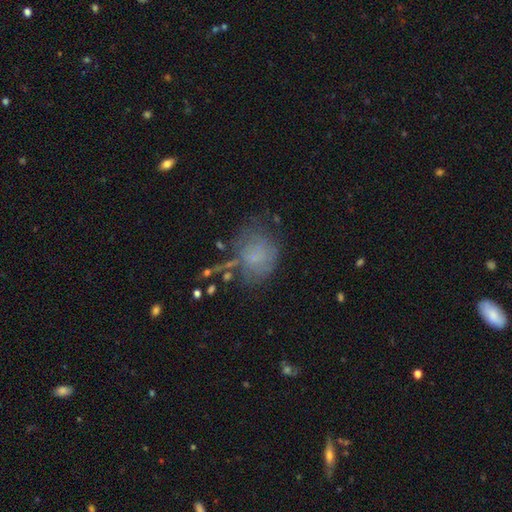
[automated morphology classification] Overall: smooth (51%; featured or disk 33%). How rounded: round (53%; in between 45%). Merging: none (39%; major disturbance 27%).